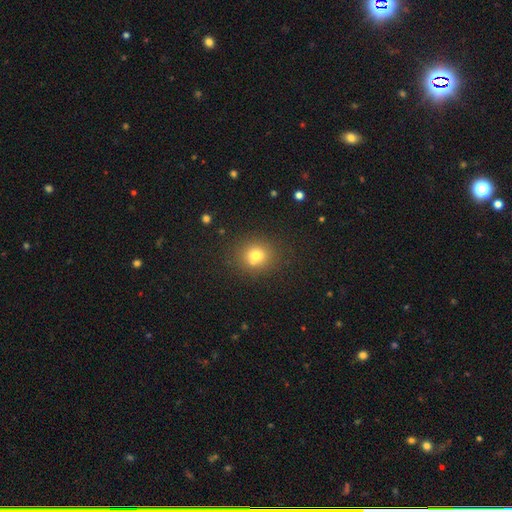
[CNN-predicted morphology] smooth-or-featured: smooth: 74% | star or artifact: 14% | featured or disk: 12%
  how-rounded: round: 81% | in between: 19% | cigar-shaped: 1%
  merging: none: 71% | merger: 15% | minor disturbance: 10% | major disturbance: 4%